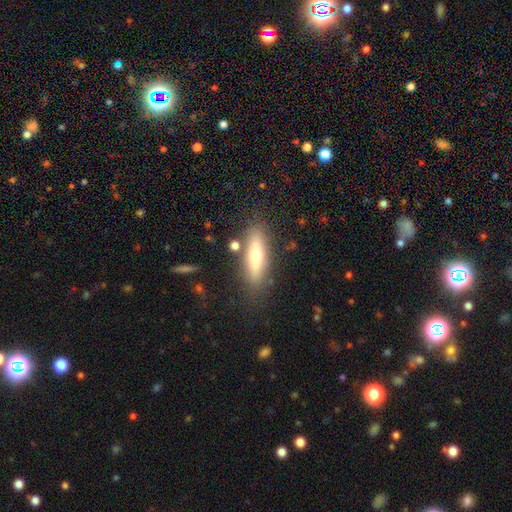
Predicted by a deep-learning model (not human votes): Smooth or featured? smooth (55%)
How rounded? cigar-shaped (57%)
Merging? none (81%)